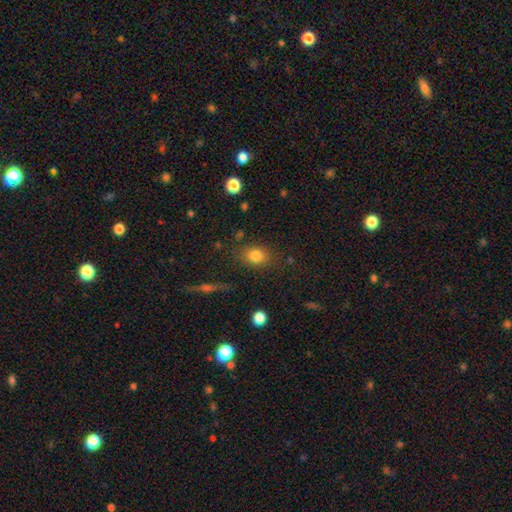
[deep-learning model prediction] Smooth or featured?
  - smooth: 80% *
  - star or artifact: 11%
  - featured or disk: 9%
How rounded?
  - in between: 57% *
  - round: 41%
  - cigar-shaped: 2%
Merging?
  - none: 81% *
  - minor disturbance: 12%
  - major disturbance: 4%
  - merger: 3%